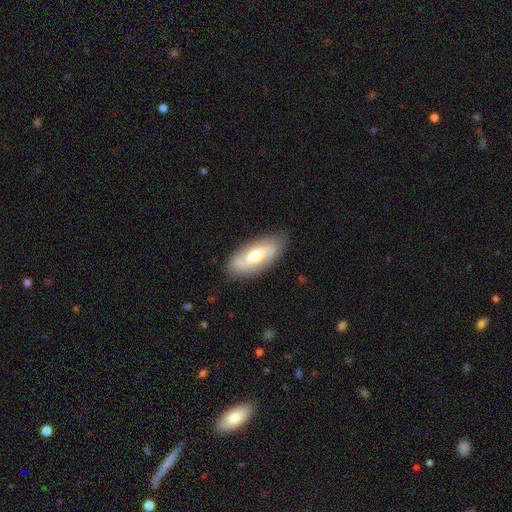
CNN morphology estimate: featured or disk 60%, smooth 34%, star or artifact 6%. Down the decision tree: edge-on disk — no (87%); bar — no (46%); spiral arms — yes (69%); bulge size — moderate (68%); merging — none (81%).